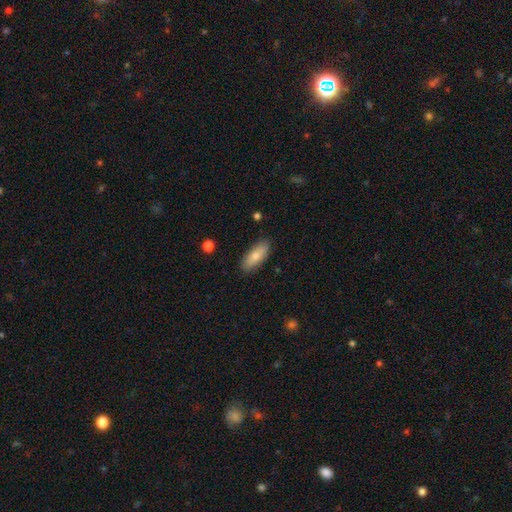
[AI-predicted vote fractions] A smooth galaxy with no disk features (77%) that is in between round and cigar-shaped (77%).

Vote fractions:
- Smooth or featured? smooth: 77% / featured or disk: 17% / star or artifact: 6%
- How rounded? in between: 77% / cigar-shaped: 21% / round: 2%
- Merging? none: 87% / minor disturbance: 10% / major disturbance: 2% / merger: 1%